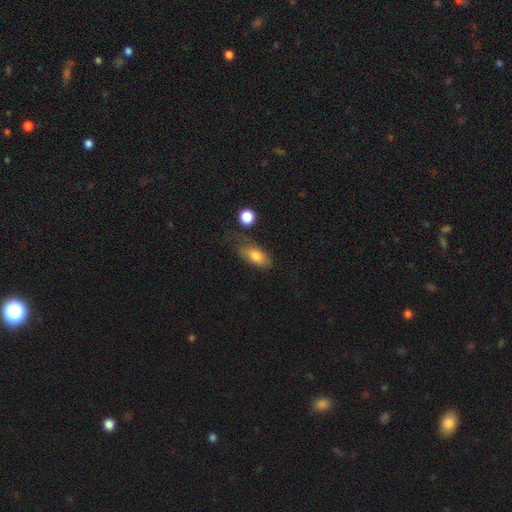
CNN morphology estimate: Smooth or featured?
  - smooth: 79% *
  - featured or disk: 14%
  - star or artifact: 8%
How rounded?
  - in between: 85% *
  - cigar-shaped: 10%
  - round: 5%
Merging?
  - none: 51% *
  - minor disturbance: 29%
  - major disturbance: 14%
  - merger: 6%